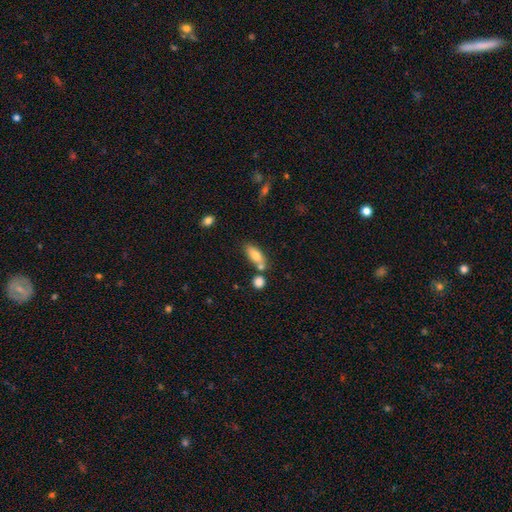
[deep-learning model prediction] The model was most divided on "merging": none: 61%, merger: 22%, minor disturbance: 13%, major disturbance: 4%. More confident: smooth or featured — smooth (75%); how rounded — in between (72%).